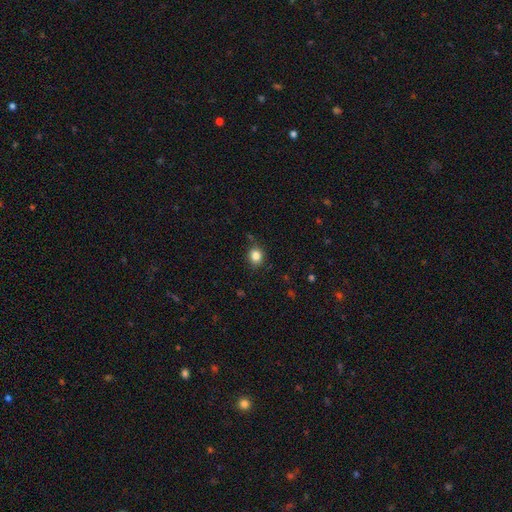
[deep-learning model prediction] Overall: smooth (84%). How rounded: round (72%). Merging: none (81%).